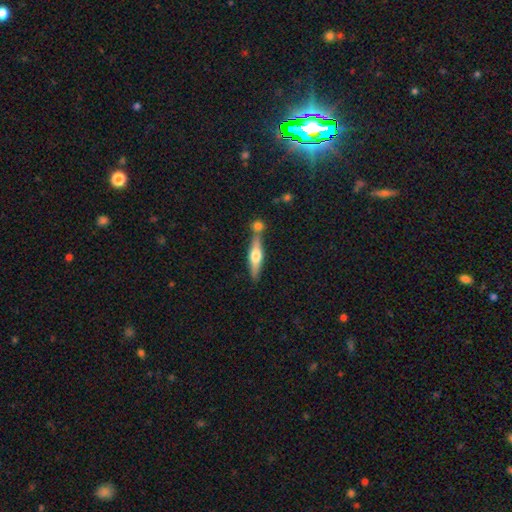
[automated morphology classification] A featured or disk galaxy (54%) viewed edge-on (94%) with a rounded central bulge (92%). Merging: none (64%).